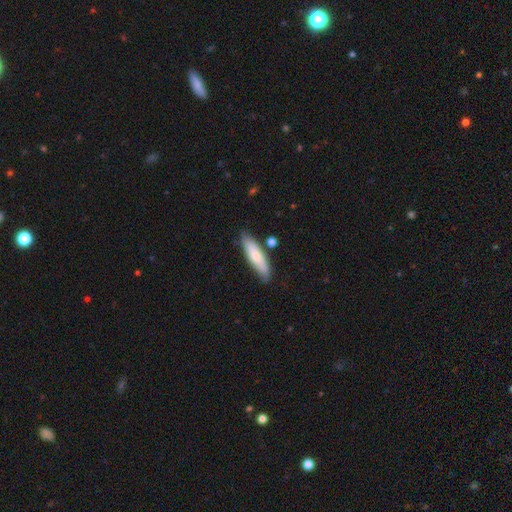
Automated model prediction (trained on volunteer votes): This is likely a smooth galaxy (72%). How rounded: likely cigar-shaped (69%). Merging: likely none (77%).